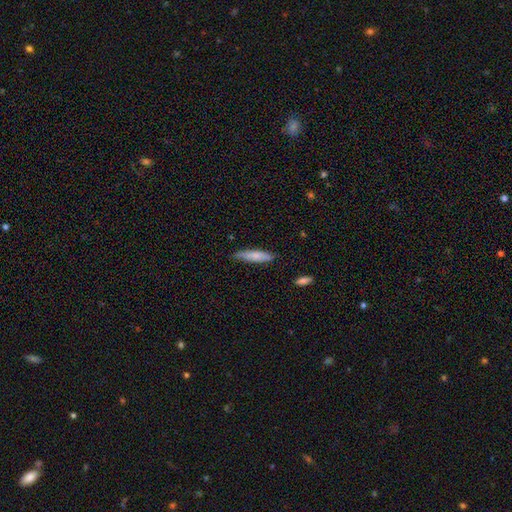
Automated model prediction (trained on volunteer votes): A smooth galaxy with no disk features (76%) that is cigar-shaped (76%). Merging: none (78%).